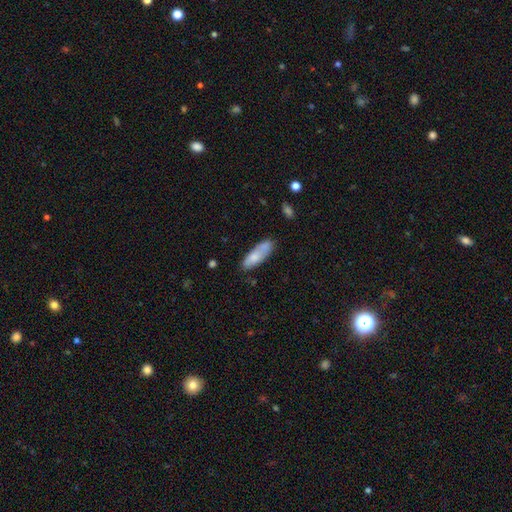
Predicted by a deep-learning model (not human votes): Smooth or featured? Predicted: smooth (p=0.72). How rounded? Predicted: in between (p=0.59). Merging? Predicted: none (p=0.59).